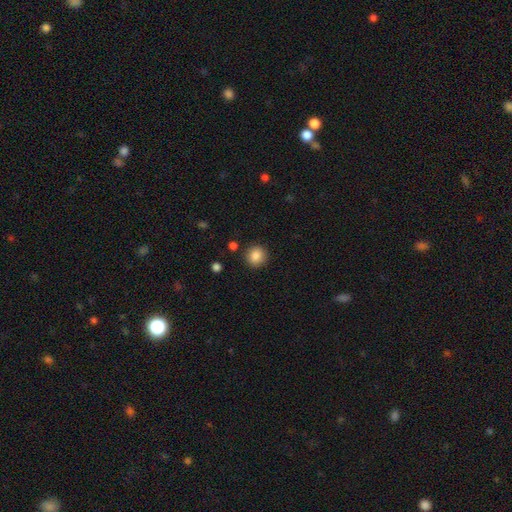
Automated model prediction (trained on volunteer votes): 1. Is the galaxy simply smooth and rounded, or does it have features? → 87% smooth, 9% star or artifact, 4% featured or disk.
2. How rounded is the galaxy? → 89% round, 10% in between, 1% cigar-shaped.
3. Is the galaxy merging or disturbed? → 89% none, 7% minor disturbance, 2% major disturbance, 2% merger.